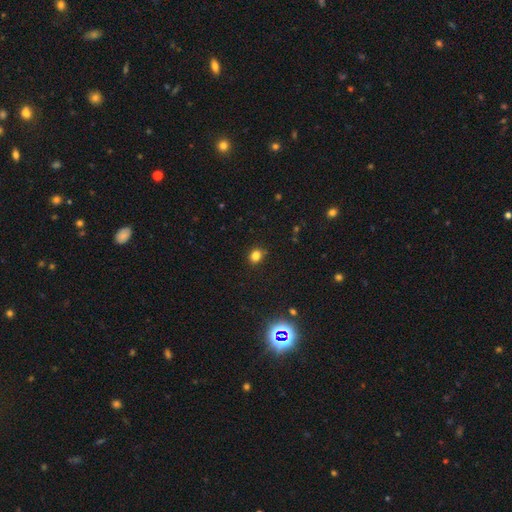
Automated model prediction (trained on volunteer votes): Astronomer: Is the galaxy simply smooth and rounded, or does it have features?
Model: smooth — 81%.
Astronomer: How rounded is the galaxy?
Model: round — 60% (runner-up: in between, 38%).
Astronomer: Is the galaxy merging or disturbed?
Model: none — 86%.